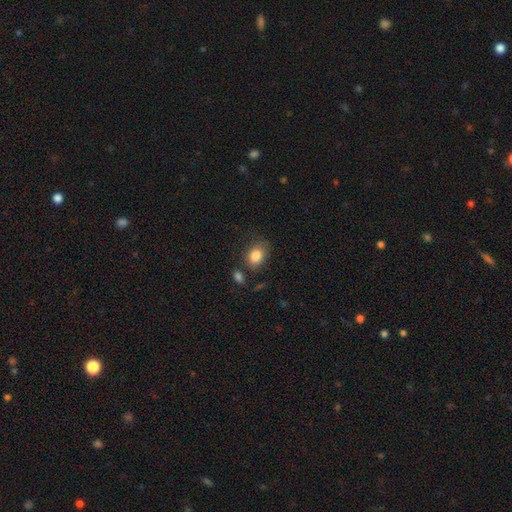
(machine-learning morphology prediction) Smooth or featured? smooth (84%)
How rounded? in between (67%)
Merging? none (67%)